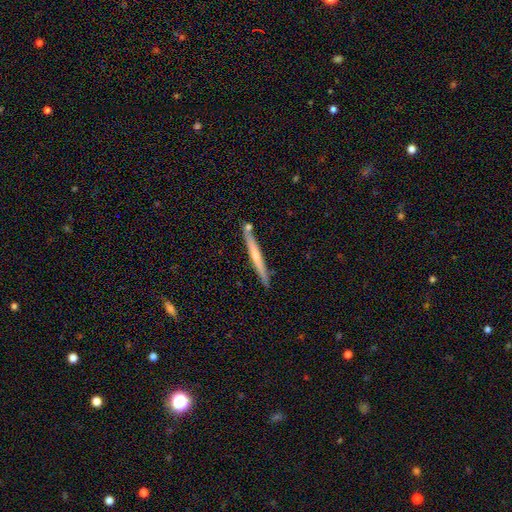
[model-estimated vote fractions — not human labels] This is possibly a featured or disk galaxy (53%). It is clearly viewed edge-on (96%). Edge-on bulge: possibly rounded (50%). Merging: clearly none (82%).